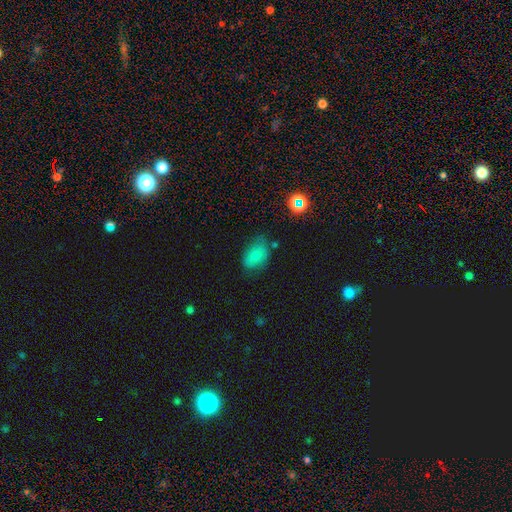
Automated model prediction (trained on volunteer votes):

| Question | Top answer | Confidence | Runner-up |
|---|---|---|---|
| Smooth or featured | smooth | 77% | featured or disk (12%) |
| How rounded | in between | 83% | round (15%) |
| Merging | none | 58% | minor disturbance (29%) |